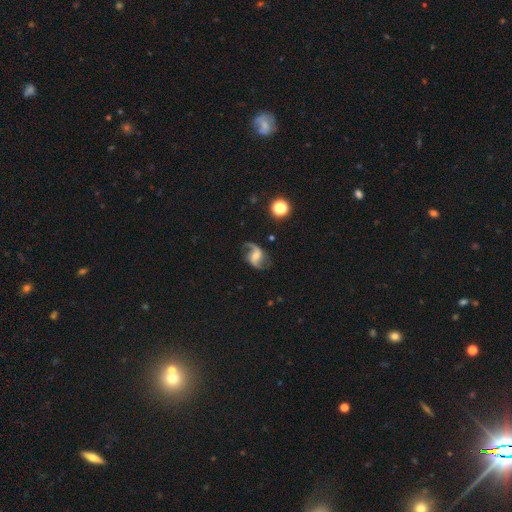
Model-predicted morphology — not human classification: This is clearly a featured or disk galaxy (87%). It is clearly not viewed edge-on (98%). Bar: possibly weak (47%). Spiral arm pattern: clearly yes (97%). Spiral arm count: clearly 2 (91%). Spiral winding: likely loose (67%). Central bulge: possibly moderate (46%). Merging: likely none (76%).